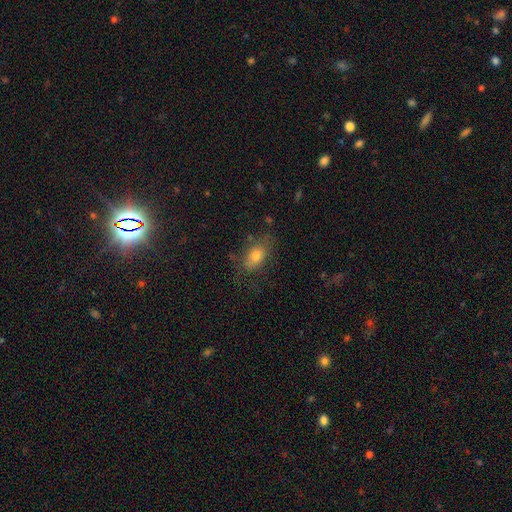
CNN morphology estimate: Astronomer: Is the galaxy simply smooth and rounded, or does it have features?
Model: smooth — 73%.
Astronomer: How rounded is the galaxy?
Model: in between — 84%.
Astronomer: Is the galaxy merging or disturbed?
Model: none — 68%.